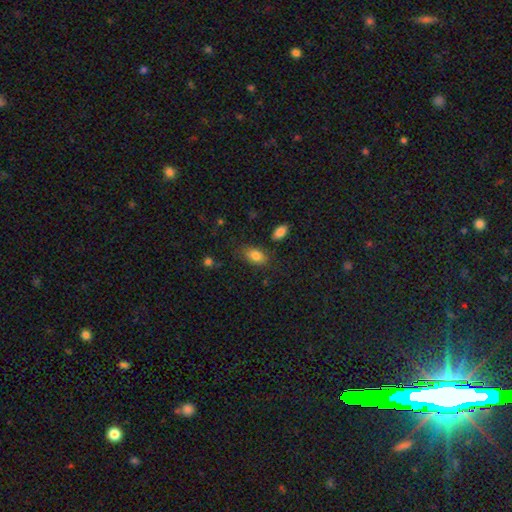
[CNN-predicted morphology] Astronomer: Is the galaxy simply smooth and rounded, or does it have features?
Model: smooth — 83%.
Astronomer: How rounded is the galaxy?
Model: in between — 88%.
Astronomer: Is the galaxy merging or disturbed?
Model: none — 77%.